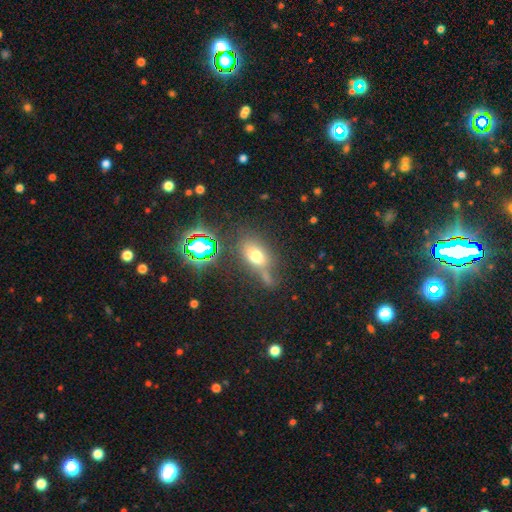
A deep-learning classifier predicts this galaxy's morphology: Overall: smooth (65%). How rounded: in between (74%). Merging: none (57%; minor disturbance 18%).